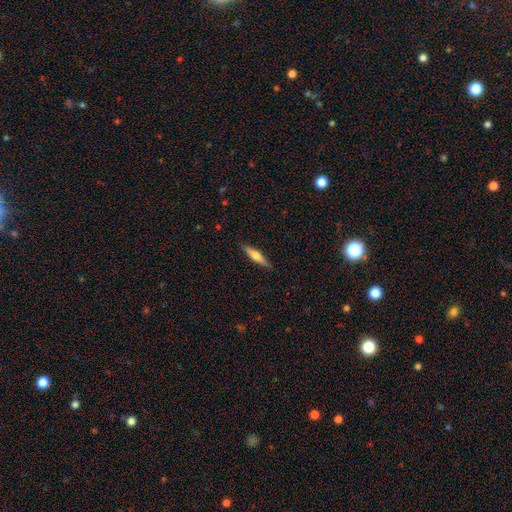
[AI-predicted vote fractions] Smooth or featured? Predicted: featured or disk (p=0.48). Merging? Predicted: none (p=0.90).